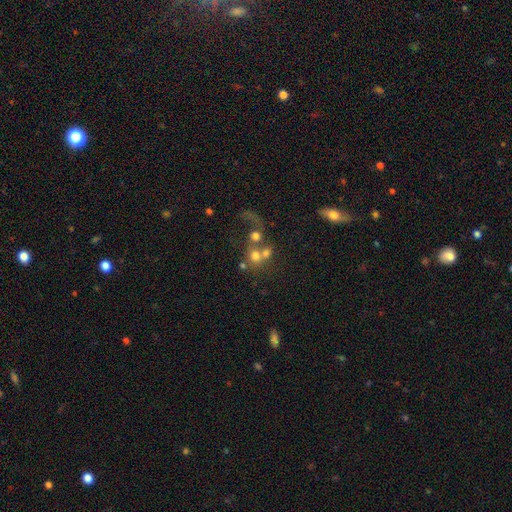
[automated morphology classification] Smooth or featured? Predicted: smooth (p=0.59). How rounded? Predicted: round (p=0.81). Merging? Predicted: merger (p=0.52).